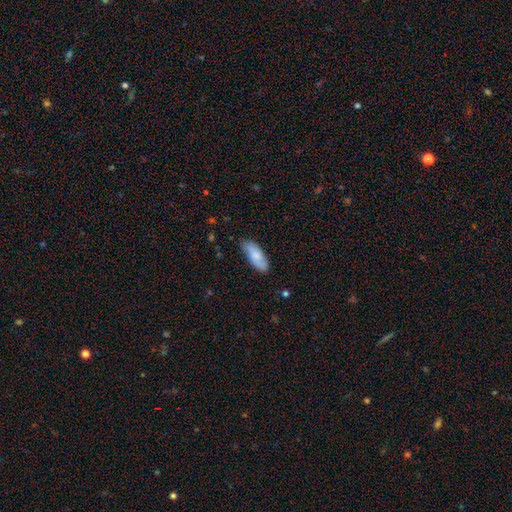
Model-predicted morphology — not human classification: smooth-or-featured: smooth: 77% | featured or disk: 17% | star or artifact: 6%
  how-rounded: in between: 77% | cigar-shaped: 22% | round: 2%
  merging: none: 77% | minor disturbance: 19% | major disturbance: 3% | merger: 1%